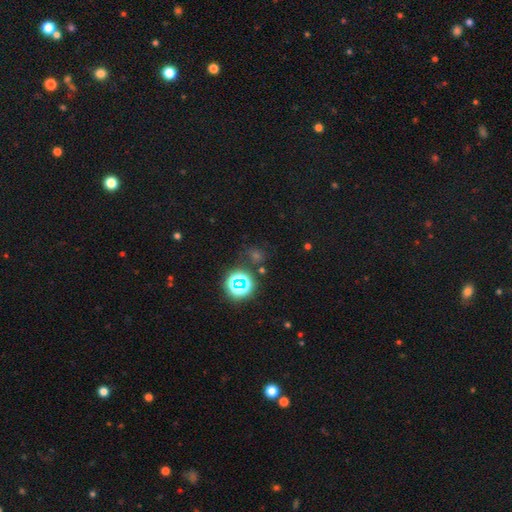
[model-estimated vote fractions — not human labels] Morphology: type=star or artifact (62%).